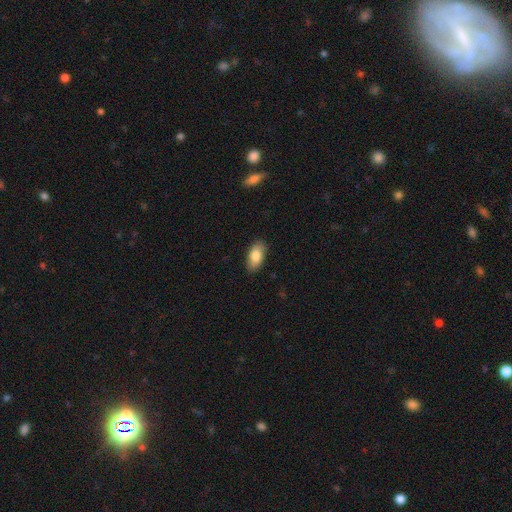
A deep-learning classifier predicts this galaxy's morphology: Smooth or featured? Predicted: smooth (p=0.85). How rounded? Predicted: in between (p=0.93). Merging? Predicted: none (p=0.87).